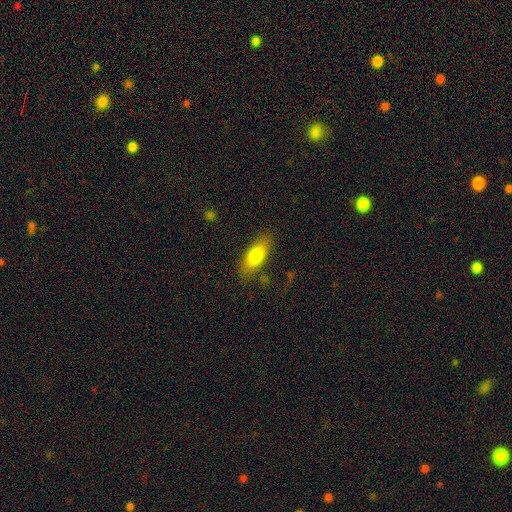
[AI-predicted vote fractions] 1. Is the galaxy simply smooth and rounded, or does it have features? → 77% smooth, 16% featured or disk, 7% star or artifact.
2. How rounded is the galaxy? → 76% in between, 21% cigar-shaped, 3% round.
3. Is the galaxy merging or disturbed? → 79% none, 14% minor disturbance, 4% major disturbance, 2% merger.